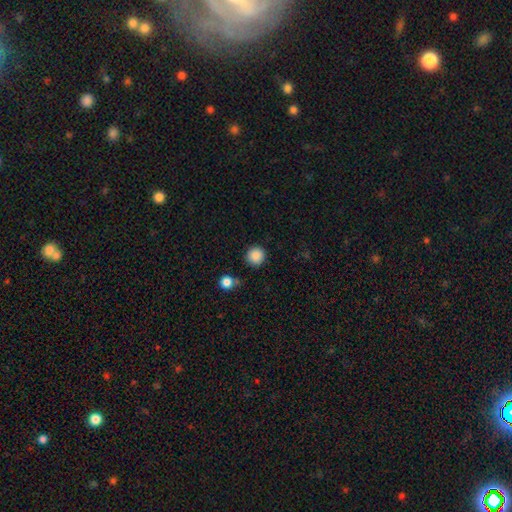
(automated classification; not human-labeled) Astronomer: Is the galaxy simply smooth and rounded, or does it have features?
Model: smooth — 87%.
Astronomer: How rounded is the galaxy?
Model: round — 95%.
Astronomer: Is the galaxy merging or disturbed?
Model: none — 86%.